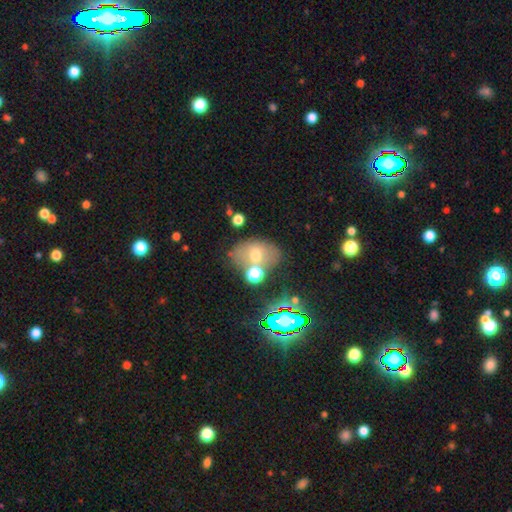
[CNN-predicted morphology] Smooth or featured? smooth (57%)
How rounded? in between (74%)
Merging? none (60%)